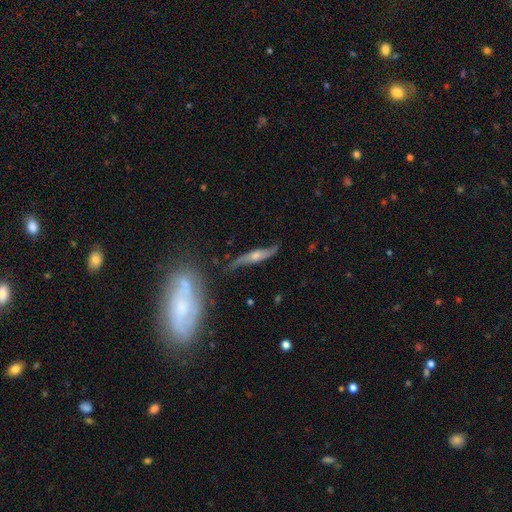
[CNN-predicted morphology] type=featured or disk (73%); edge-on=yes (53%); merging=none (65%).